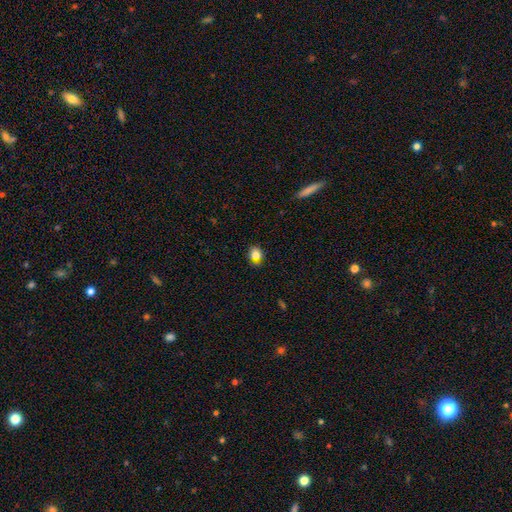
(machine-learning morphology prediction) The model was most divided on "how rounded": round: 51%, in between: 48%, cigar-shaped: 1%. More confident: smooth or featured — smooth (77%); merging — none (75%).